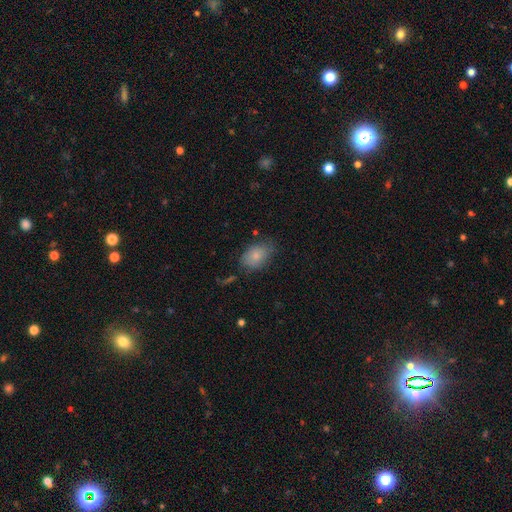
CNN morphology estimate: A smooth galaxy with no disk features (81%) that is in between round and cigar-shaped (83%). Merging: none (66%).